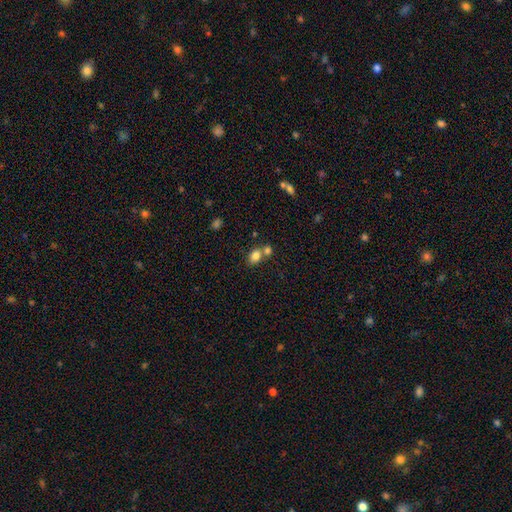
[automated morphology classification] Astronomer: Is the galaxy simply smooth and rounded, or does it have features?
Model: smooth — 82%.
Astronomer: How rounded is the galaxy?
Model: in between — 69%.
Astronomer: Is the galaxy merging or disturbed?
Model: none — 45% (runner-up: merger, 42%).